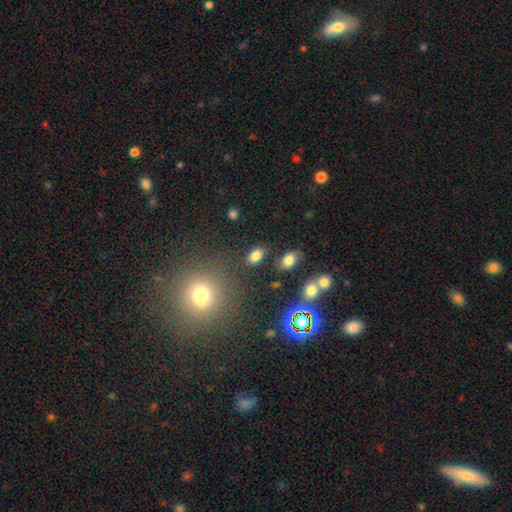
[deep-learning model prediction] Smooth or featured? smooth (80%)
How rounded? in between (82%)
Merging? none (81%)